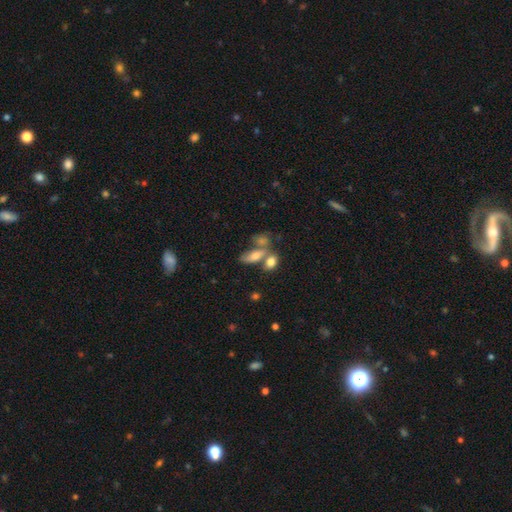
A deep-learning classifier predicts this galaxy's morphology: Overall: smooth (65%). How rounded: in between (75%). Merging: merger (41%; none 38%).